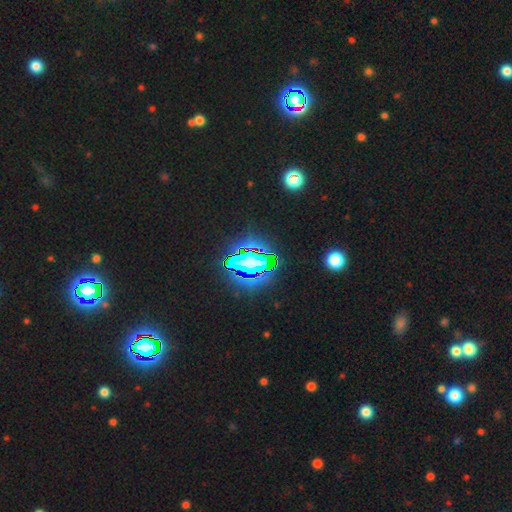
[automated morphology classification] Q: Smooth or featured?
A: star or artifact (73%); runner-up: smooth (15%)